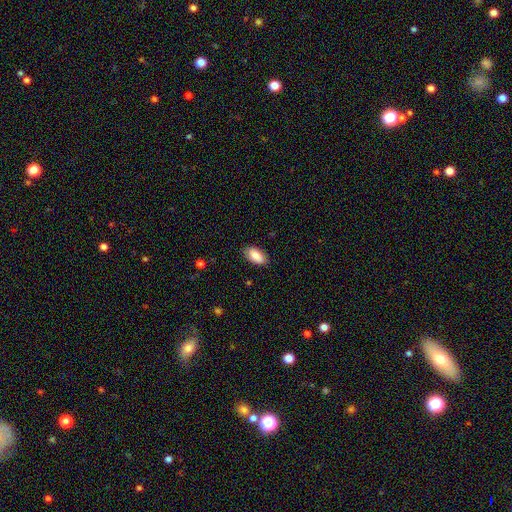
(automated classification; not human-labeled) Q: Smooth or featured?
A: smooth (85%); runner-up: featured or disk (9%)
Q: How rounded?
A: in between (93%); runner-up: cigar-shaped (4%)
Q: Merging?
A: none (86%); runner-up: minor disturbance (10%)